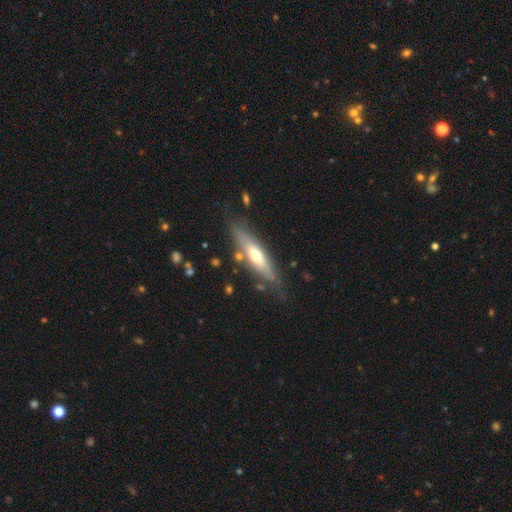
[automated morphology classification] smooth-or-featured: featured or disk: 50% | smooth: 44% | star or artifact: 6%
  merging: none: 74% | minor disturbance: 17% | major disturbance: 5% | merger: 4%